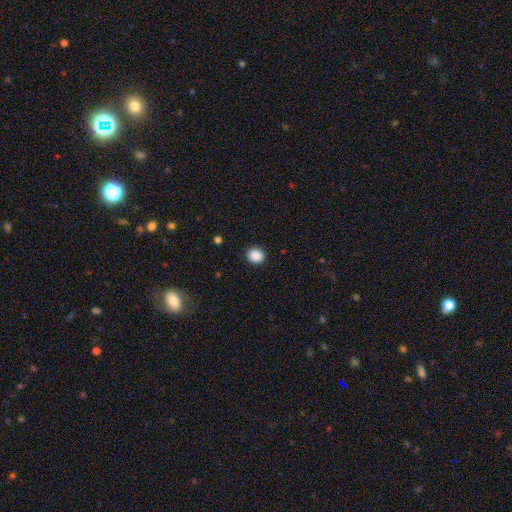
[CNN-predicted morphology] Smooth or featured? smooth (89%)
How rounded? round (73%)
Merging? none (91%)